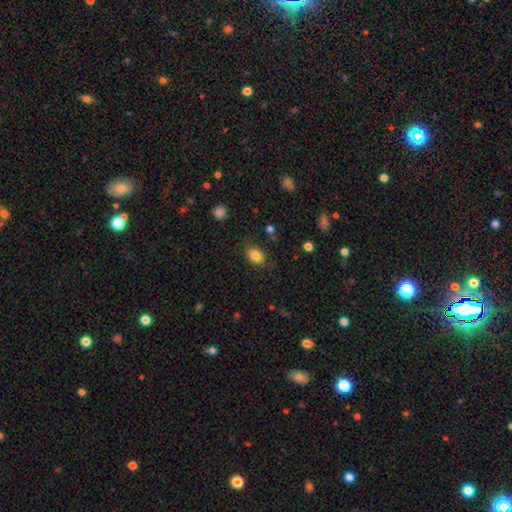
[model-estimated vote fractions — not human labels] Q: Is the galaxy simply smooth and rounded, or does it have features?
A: smooth — 82%.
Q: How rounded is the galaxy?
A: in between — 75%.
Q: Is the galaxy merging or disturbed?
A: none — 76%.